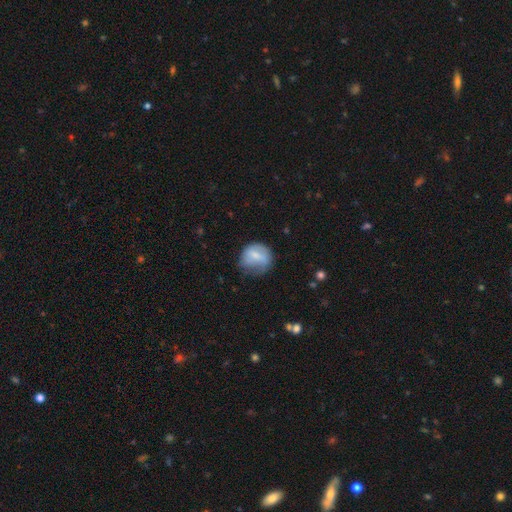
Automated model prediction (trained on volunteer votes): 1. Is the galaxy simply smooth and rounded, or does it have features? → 68% smooth, 25% featured or disk, 8% star or artifact.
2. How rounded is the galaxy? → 73% round, 26% in between, 1% cigar-shaped.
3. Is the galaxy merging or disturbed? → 47% none, 33% minor disturbance, 18% major disturbance, 2% merger.